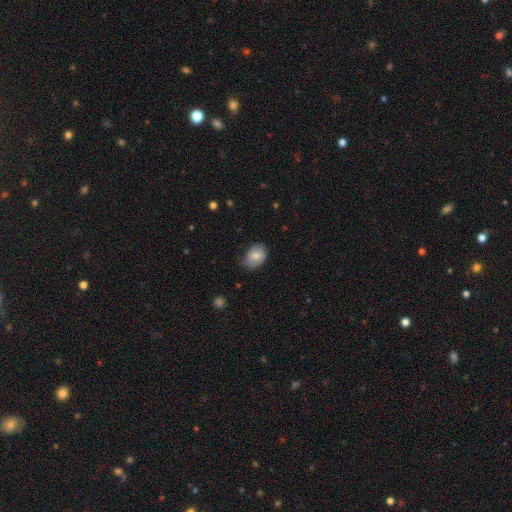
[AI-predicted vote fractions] Smooth or featured: smooth — 73% (featured or disk — 20%)
How rounded: in between — 70% (round — 29%)
Merging: none — 59% (minor disturbance — 33%)